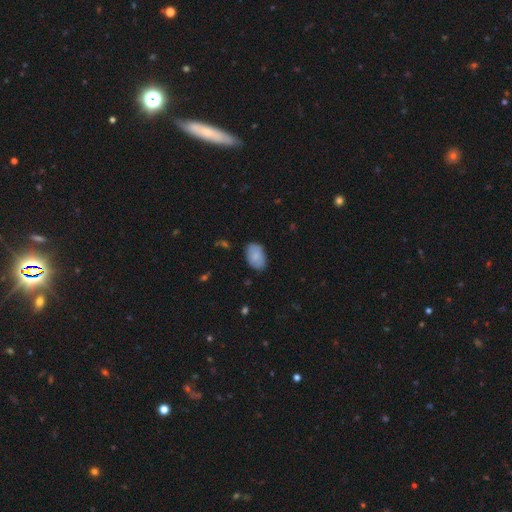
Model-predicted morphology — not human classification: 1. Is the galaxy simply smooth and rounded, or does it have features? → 83% smooth, 11% featured or disk, 7% star or artifact.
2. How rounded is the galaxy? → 92% in between, 7% round, 1% cigar-shaped.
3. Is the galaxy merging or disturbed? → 81% none, 15% minor disturbance, 3% major disturbance, 1% merger.